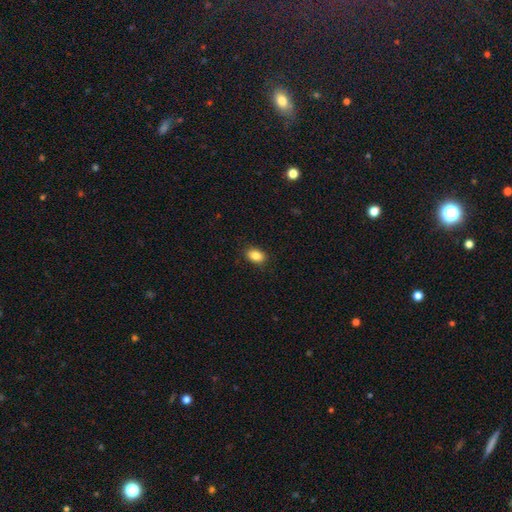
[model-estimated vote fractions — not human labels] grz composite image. It shows a smooth galaxy with no disk features (86%) that is in between round and cigar-shaped (84%). Merging: none (88%).